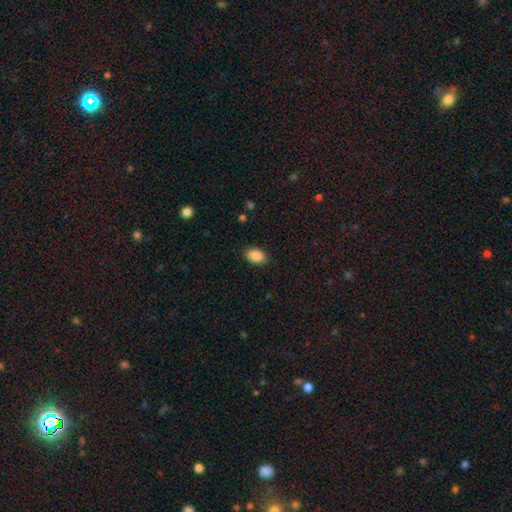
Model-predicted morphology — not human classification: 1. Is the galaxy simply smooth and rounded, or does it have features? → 89% smooth, 7% star or artifact, 4% featured or disk.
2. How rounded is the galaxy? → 90% in between, 9% round, 1% cigar-shaped.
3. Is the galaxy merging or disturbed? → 88% none, 9% minor disturbance, 2% major disturbance, 1% merger.